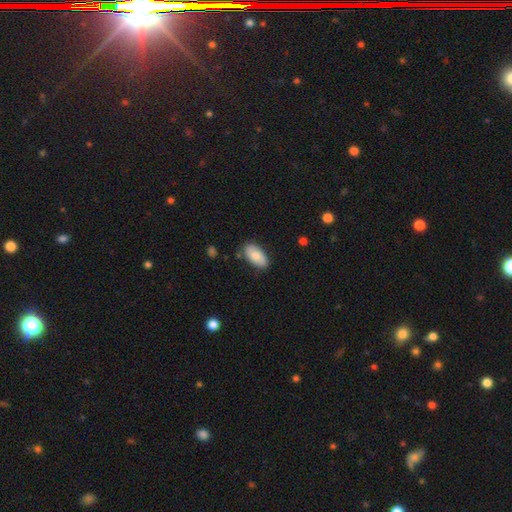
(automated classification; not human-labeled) smooth_or_featured: smooth (p=0.77) [alt: featured or disk p=0.17]
how_rounded: in between (p=0.94) [alt: round p=0.03]
merging: none (p=0.81) [alt: minor disturbance p=0.14]